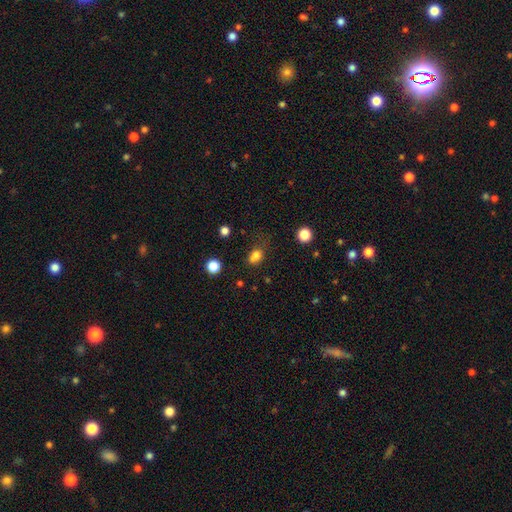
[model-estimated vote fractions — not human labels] The model was most divided on "how rounded": in between: 59%, round: 39%, cigar-shaped: 2%. Remaining: smooth or featured — smooth (79%); merging — none (48%).